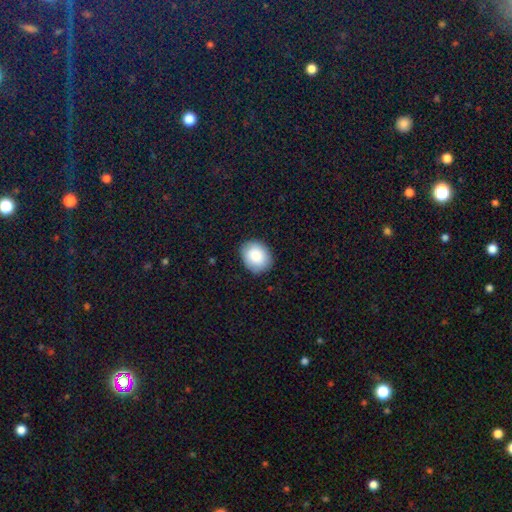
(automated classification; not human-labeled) smooth_or_featured: smooth (p=0.88) [alt: star or artifact p=0.07]
how_rounded: in between (p=0.53) [alt: round p=0.46]
merging: none (p=0.85) [alt: minor disturbance p=0.12]